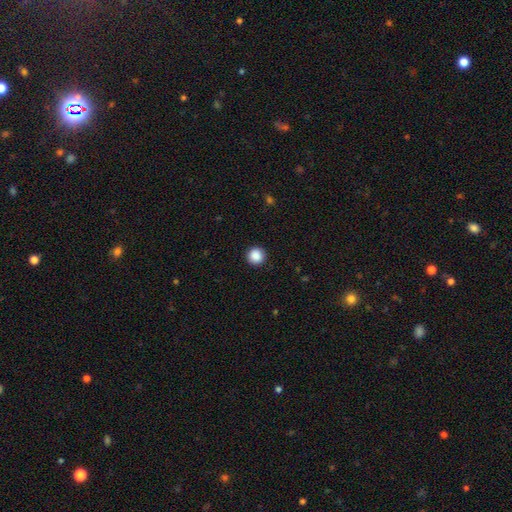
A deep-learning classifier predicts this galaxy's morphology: type=smooth (88%); roundness=round (95%); merging=none (93%).